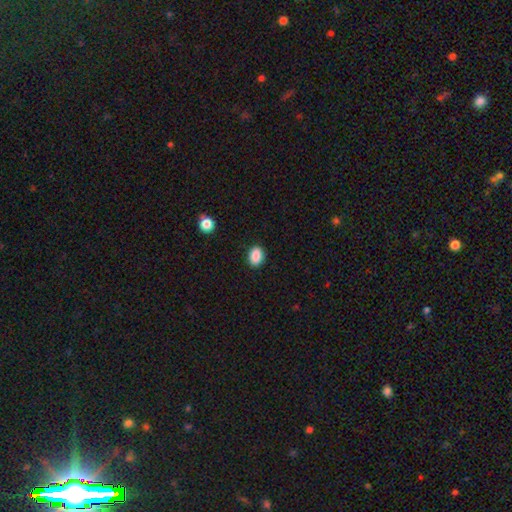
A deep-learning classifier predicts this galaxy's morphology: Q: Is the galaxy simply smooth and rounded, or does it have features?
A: smooth — 89%.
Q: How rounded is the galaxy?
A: in between — 77%.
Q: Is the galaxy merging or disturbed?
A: none — 89%.